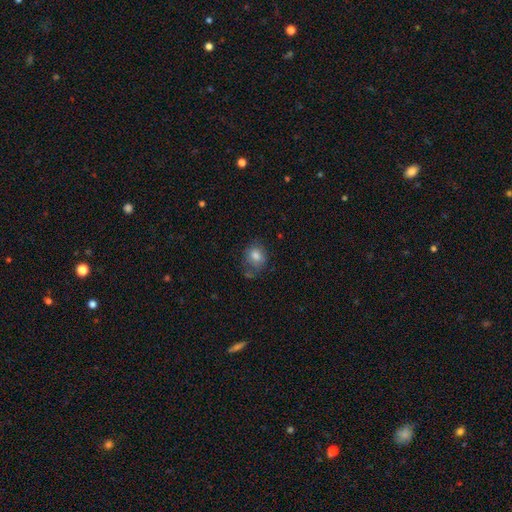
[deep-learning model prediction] The model was most divided on "how rounded": in between: 50%, round: 49%, cigar-shaped: 1%. More confident: smooth or featured — smooth (77%); merging — none (55%).